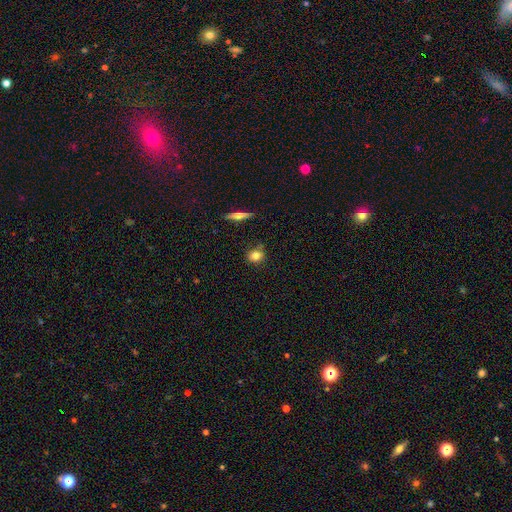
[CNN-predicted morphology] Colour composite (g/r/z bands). It shows a smooth galaxy with no disk features (79%) that is round (63%). Merging: none (76%).